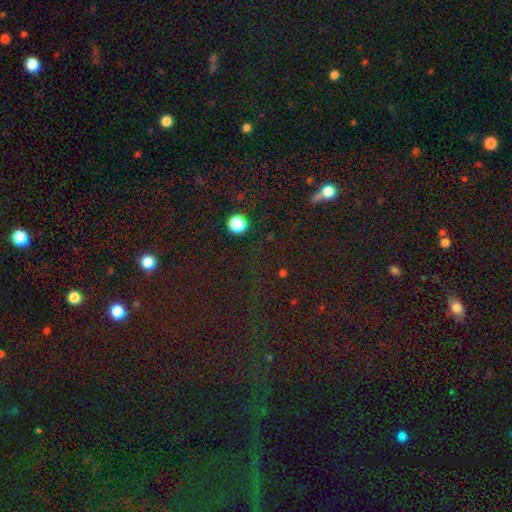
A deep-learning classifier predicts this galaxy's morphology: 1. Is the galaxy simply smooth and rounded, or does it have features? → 76% star or artifact, 16% smooth, 9% featured or disk.